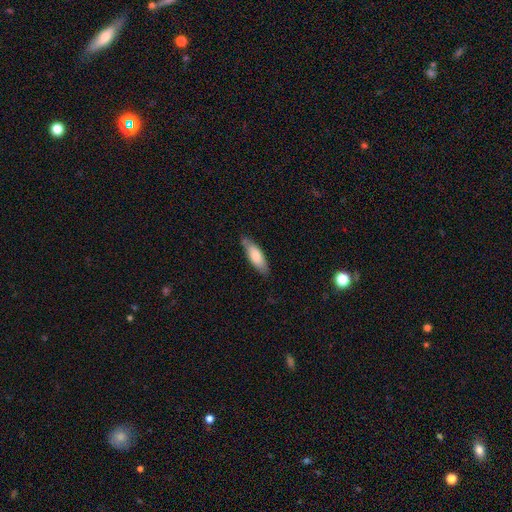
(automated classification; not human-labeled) This appears to be a smooth galaxy with no disk features (78%) that is in between round and cigar-shaped (59%). Merging: none (75%).